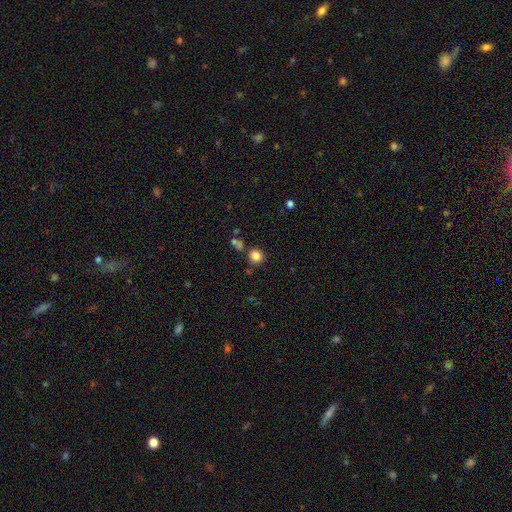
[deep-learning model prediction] A smooth galaxy with no disk features (83%) that is round (89%).

Vote fractions:
- Smooth or featured? smooth: 83% / star or artifact: 12% / featured or disk: 5%
- How rounded? round: 89% / in between: 10% / cigar-shaped: 1%
- Merging? none: 79% / minor disturbance: 9% / merger: 8% / major disturbance: 3%